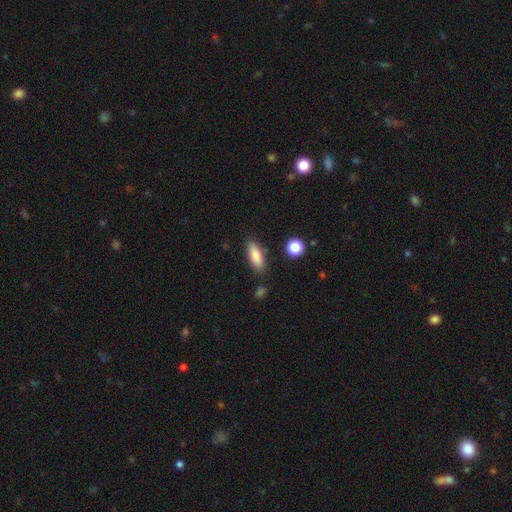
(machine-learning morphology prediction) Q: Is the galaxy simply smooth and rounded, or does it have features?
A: smooth — 83%.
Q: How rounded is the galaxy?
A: in between — 63%.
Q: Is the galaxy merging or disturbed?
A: none — 84%.